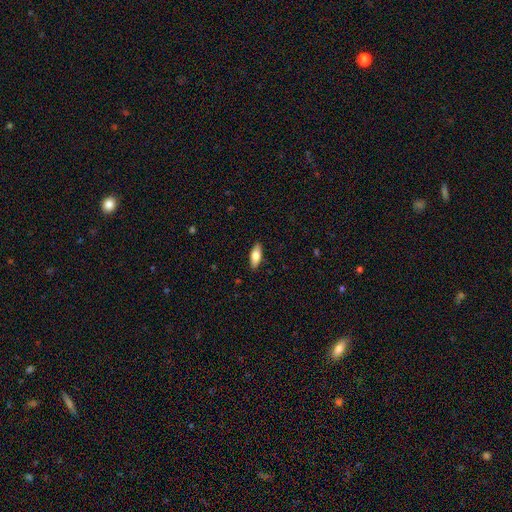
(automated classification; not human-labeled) Smooth or featured? Predicted: smooth (p=0.74). How rounded? Predicted: in between (p=0.75). Merging? Predicted: none (p=0.89).